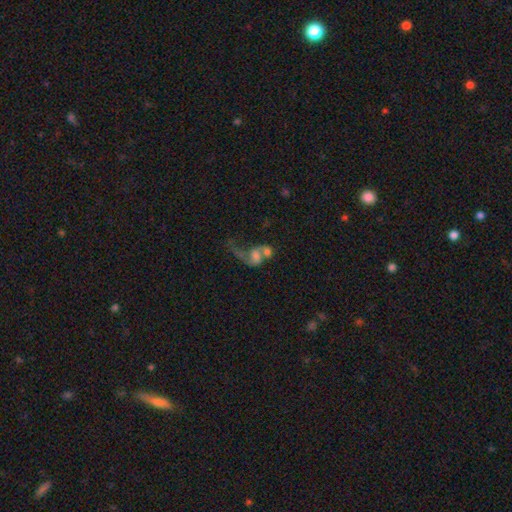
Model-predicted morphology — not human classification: This appears to be a featured or disk galaxy (46%). Merging: merger (63%).